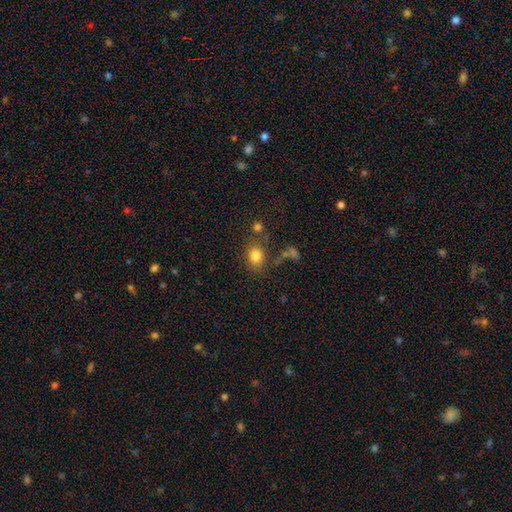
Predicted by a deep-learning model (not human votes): Smooth or featured? Predicted: smooth (p=0.81). How rounded? Predicted: round (p=0.50). Merging? Predicted: none (p=0.70).